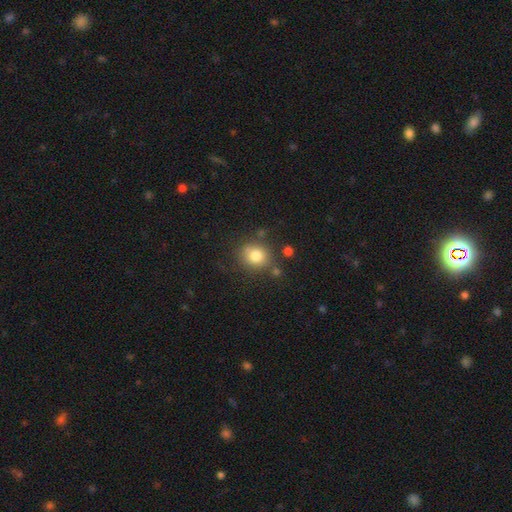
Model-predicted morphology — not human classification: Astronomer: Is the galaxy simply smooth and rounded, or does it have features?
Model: smooth — 80%.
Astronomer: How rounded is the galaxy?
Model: round — 81%.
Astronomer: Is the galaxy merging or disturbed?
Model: none — 73%.